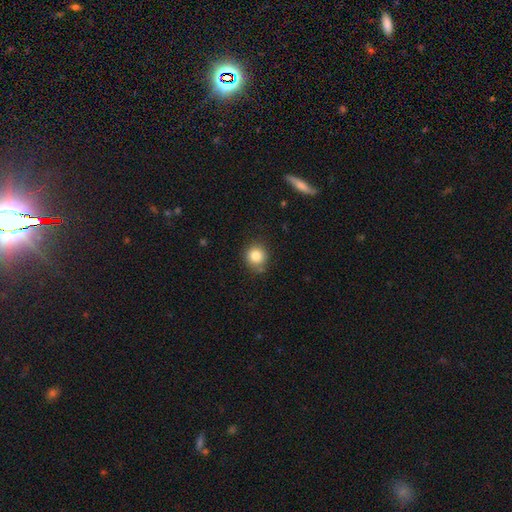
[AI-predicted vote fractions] Smooth or featured?
  - smooth: 83% *
  - star or artifact: 11%
  - featured or disk: 6%
How rounded?
  - round: 89% *
  - in between: 10%
  - cigar-shaped: 1%
Merging?
  - none: 81% *
  - minor disturbance: 13%
  - major disturbance: 3%
  - merger: 3%